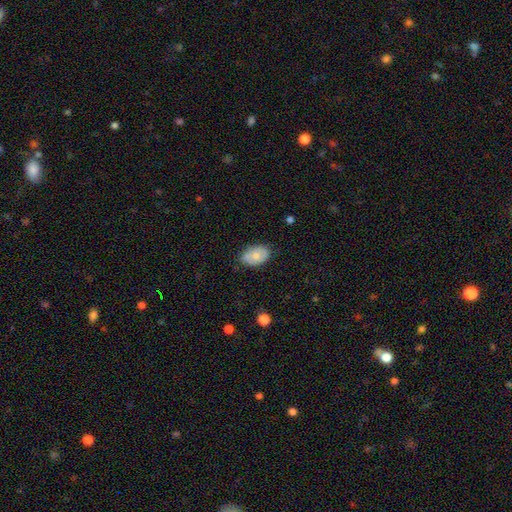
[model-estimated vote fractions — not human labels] Morphology: type=smooth (68%); roundness=in between (87%); merging=none (73%).